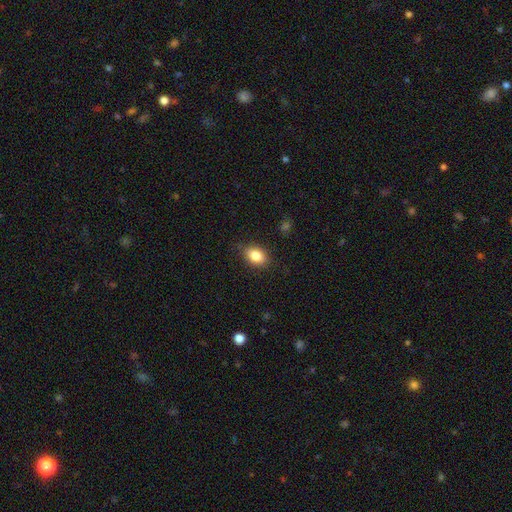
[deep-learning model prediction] Overall: smooth (84%). How rounded: in between (78%). Merging: none (83%).